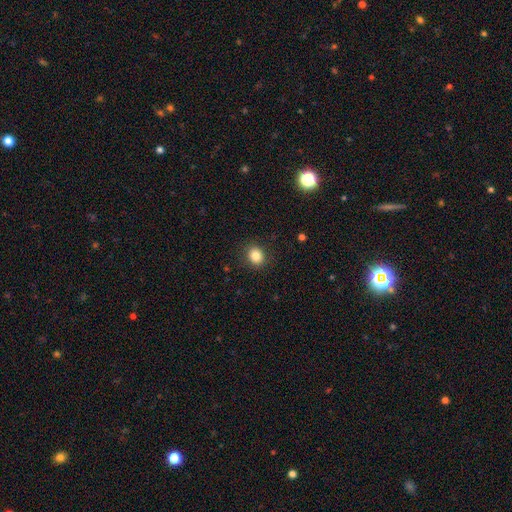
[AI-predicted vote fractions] smooth_or_featured: smooth (p=0.83) [alt: star or artifact p=0.11]
how_rounded: round (p=0.67) [alt: in between p=0.32]
merging: none (p=0.89) [alt: minor disturbance p=0.08]